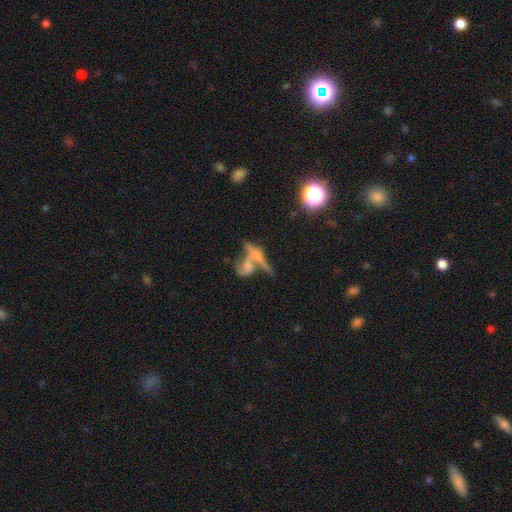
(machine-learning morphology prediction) Overall: featured or disk (53%; smooth 31%). Edge-on disk: no (64%; yes 36%). Merging: merger (59%; none 22%).